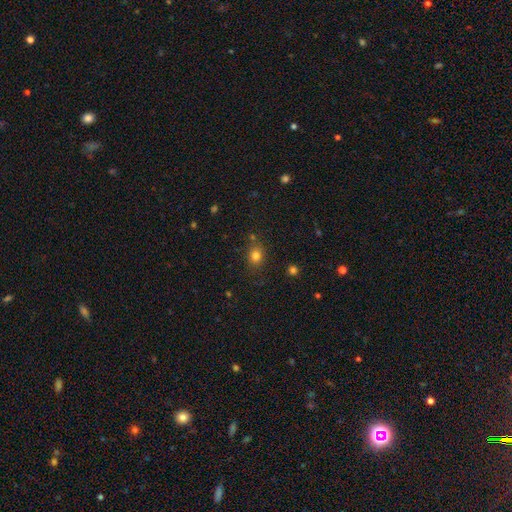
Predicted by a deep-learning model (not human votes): Smooth or featured? smooth (79%)
How rounded? round (61%)
Merging? none (79%)